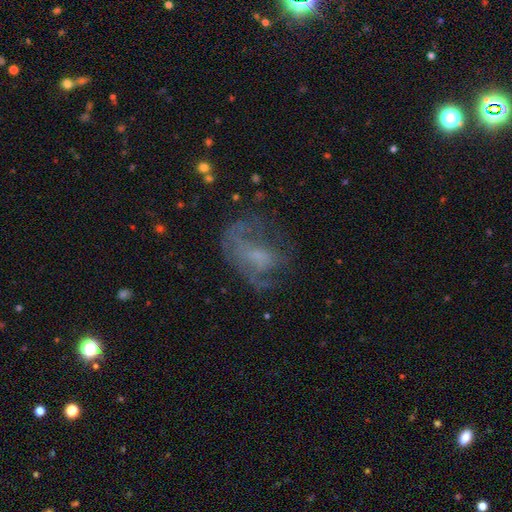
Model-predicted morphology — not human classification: featured or disk 57%, smooth 28%, star or artifact 14%. Down the decision tree: edge-on disk — no (96%); bar — no (65%); spiral arms — yes (50%, tied with no); bulge size — none (37%); merging — none (40%).